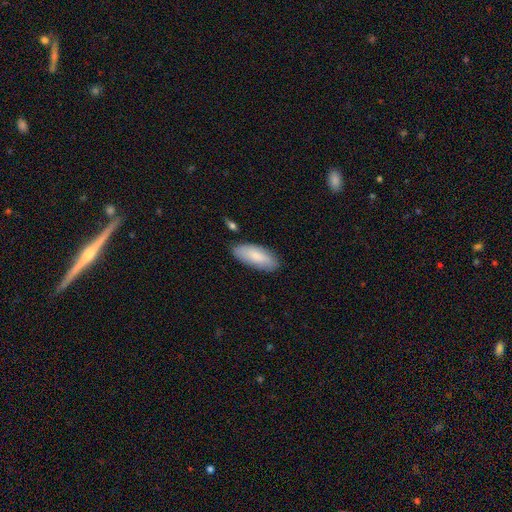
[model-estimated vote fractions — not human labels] Smooth or featured: smooth — 80% (featured or disk — 14%)
How rounded: in between — 82% (cigar-shaped — 16%)
Merging: none — 82% (minor disturbance — 13%)